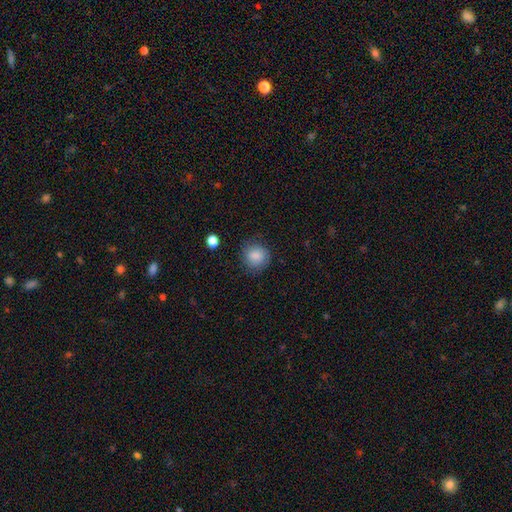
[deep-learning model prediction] smooth 84%, star or artifact 9%, featured or disk 8%. Down the decision tree: how rounded — round (90%); merging — none (81%).